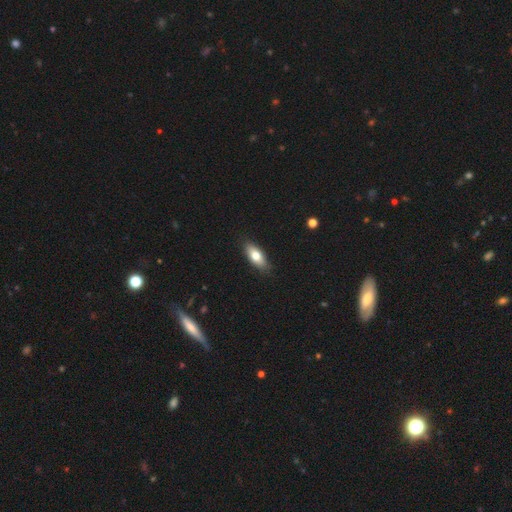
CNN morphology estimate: This appears to be a smooth galaxy with no disk features (74%) that is in between round and cigar-shaped (80%). Merging: none (86%).